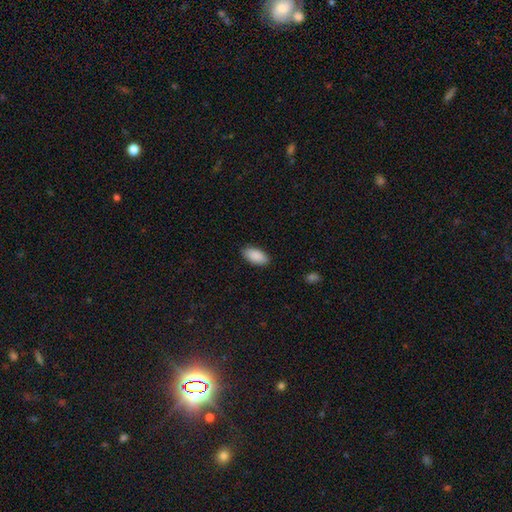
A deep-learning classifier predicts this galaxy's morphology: Smooth or featured?
  - smooth: 90% *
  - star or artifact: 6%
  - featured or disk: 4%
How rounded?
  - in between: 94% *
  - cigar-shaped: 4%
  - round: 2%
Merging?
  - none: 88% *
  - minor disturbance: 9%
  - major disturbance: 2%
  - merger: 1%